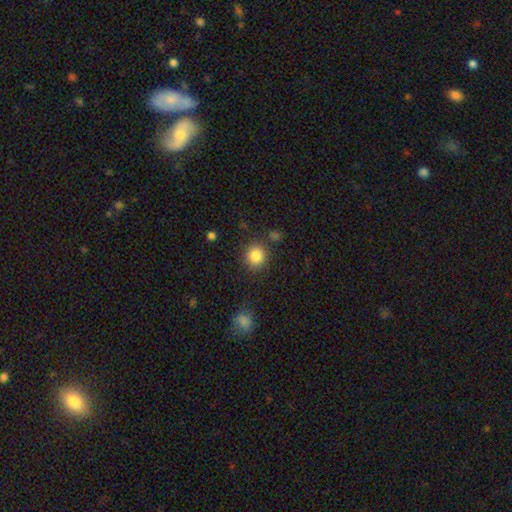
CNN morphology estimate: Smooth or featured?
  - smooth: 85% *
  - star or artifact: 10%
  - featured or disk: 5%
How rounded?
  - round: 89% *
  - in between: 10%
  - cigar-shaped: 1%
Merging?
  - none: 86% *
  - minor disturbance: 8%
  - merger: 4%
  - major disturbance: 3%